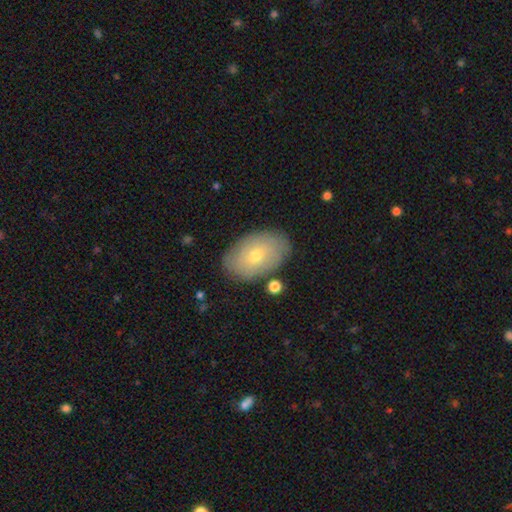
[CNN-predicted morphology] smooth_or_featured: smooth (p=0.58) [alt: featured or disk p=0.35]
how_rounded: in between (p=0.90) [alt: round p=0.09]
merging: none (p=0.81) [alt: minor disturbance p=0.13]